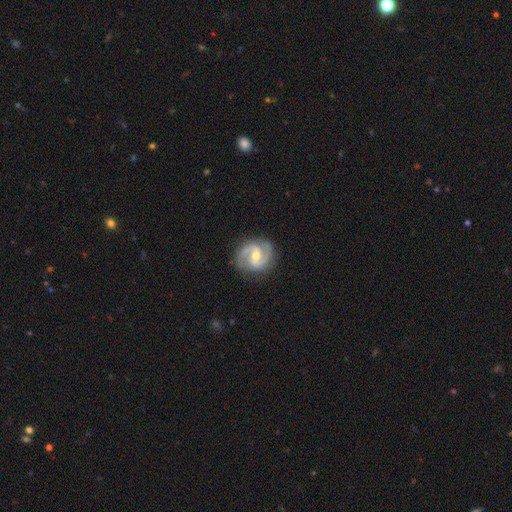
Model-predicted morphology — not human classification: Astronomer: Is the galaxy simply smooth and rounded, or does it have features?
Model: featured or disk — 92%.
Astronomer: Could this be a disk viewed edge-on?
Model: no — 98%.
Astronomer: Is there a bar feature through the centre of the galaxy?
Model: weak — 51% (runner-up: no, 28%).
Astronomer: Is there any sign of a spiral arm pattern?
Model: yes — 98%.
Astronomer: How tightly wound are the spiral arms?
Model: medium — 57%.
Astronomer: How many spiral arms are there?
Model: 2 — 93%.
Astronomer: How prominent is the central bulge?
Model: moderate — 55% (runner-up: small, 41%).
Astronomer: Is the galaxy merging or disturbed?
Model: none — 85%.